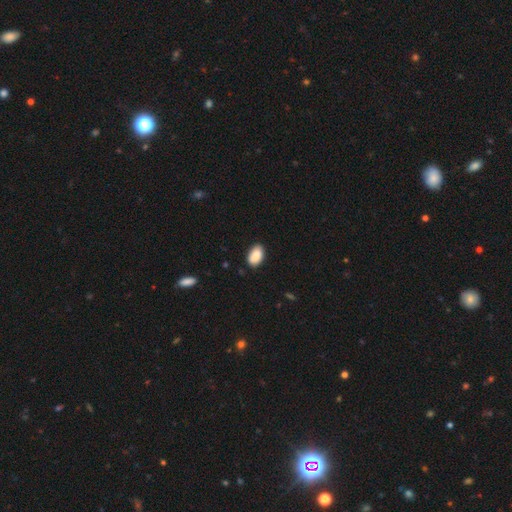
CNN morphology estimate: A smooth galaxy with no disk features (88%) that is in between round and cigar-shaped (93%).

Vote fractions:
- Smooth or featured? smooth: 88% / star or artifact: 6% / featured or disk: 5%
- How rounded? in between: 93% / round: 6% / cigar-shaped: 1%
- Merging? none: 84% / minor disturbance: 13% / major disturbance: 2% / merger: 1%